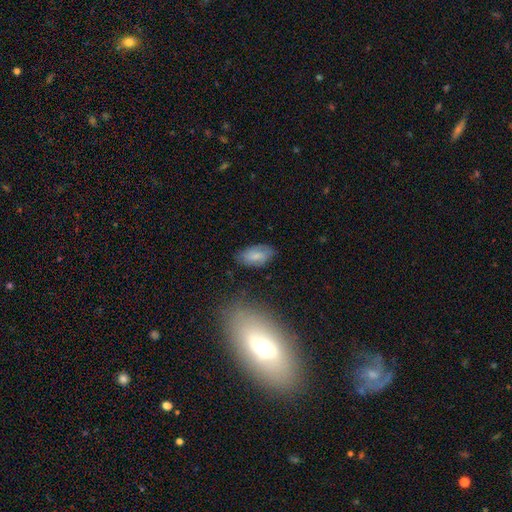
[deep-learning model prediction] Smooth or featured? smooth (64%)
How rounded? in between (94%)
Merging? none (72%)